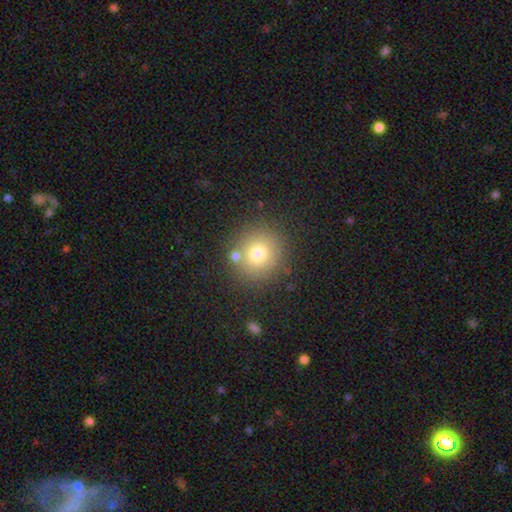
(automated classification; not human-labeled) Smooth or featured? smooth (73%)
How rounded? round (90%)
Merging? none (82%)